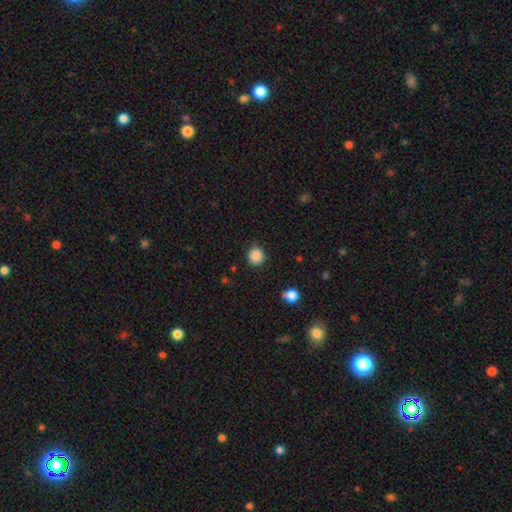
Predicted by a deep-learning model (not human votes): smooth_or_featured: smooth (p=0.87) [alt: star or artifact p=0.10]
how_rounded: round (p=0.91) [alt: in between p=0.08]
merging: none (p=0.87) [alt: minor disturbance p=0.09]